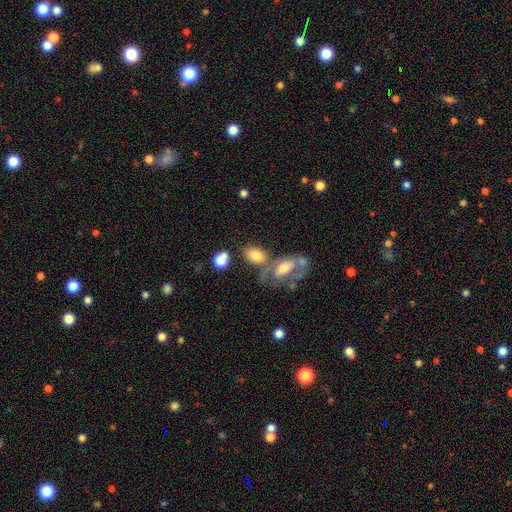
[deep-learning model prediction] This appears to be a smooth galaxy with no disk features (72%) that is in between round and cigar-shaped (84%). Merging: none (41%).